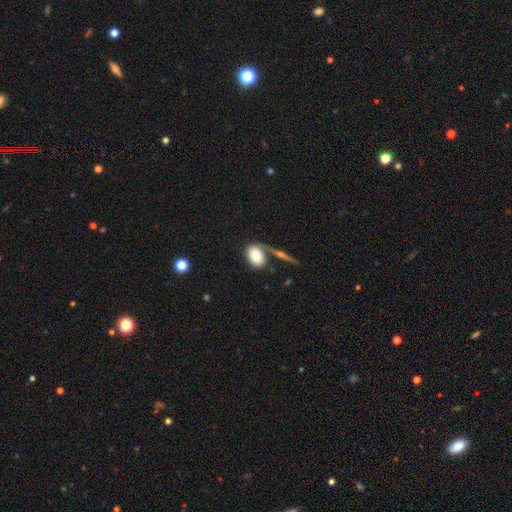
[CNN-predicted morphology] Smooth or featured?
  - smooth: 77% *
  - featured or disk: 16%
  - star or artifact: 7%
How rounded?
  - in between: 78% *
  - round: 20%
  - cigar-shaped: 2%
Merging?
  - none: 56% *
  - merger: 23%
  - minor disturbance: 14%
  - major disturbance: 7%